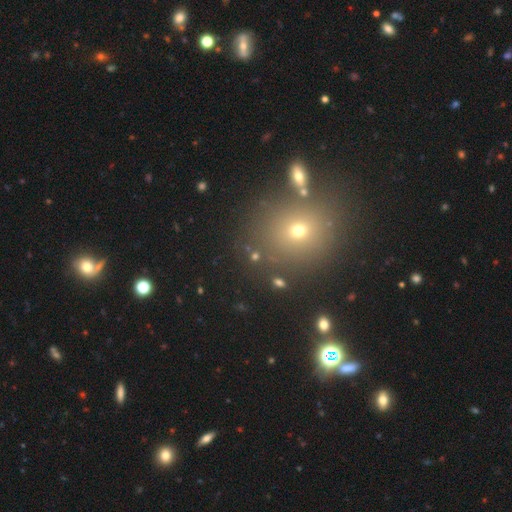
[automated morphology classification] The model was most divided on "smooth or featured": smooth: 57%, star or artifact: 31%, featured or disk: 12%. More confident: merging — none (79%); how rounded — round (73%).